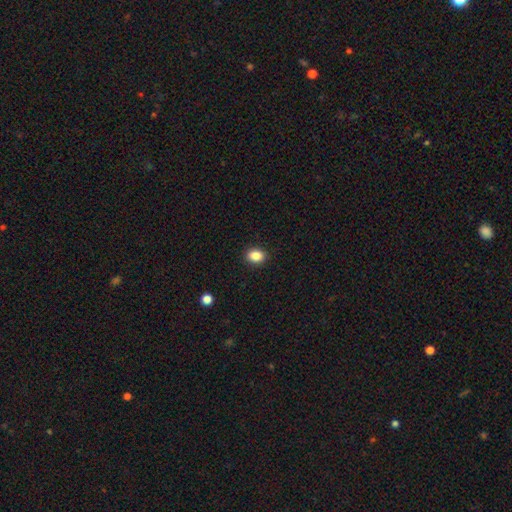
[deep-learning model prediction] The model was most divided on "how rounded": in between: 61%, round: 38%, cigar-shaped: 1%. More confident: merging — none (90%); smooth or featured — smooth (87%).